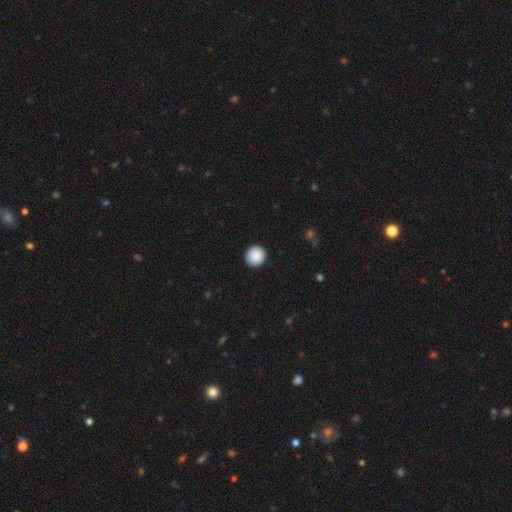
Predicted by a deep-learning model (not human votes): A smooth galaxy with no disk features (89%) that is round (93%).

Vote fractions:
- Smooth or featured? smooth: 89% / star or artifact: 8% / featured or disk: 3%
- How rounded? round: 93% / in between: 6% / cigar-shaped: 1%
- Merging? none: 93% / minor disturbance: 5% / major disturbance: 1% / merger: 1%